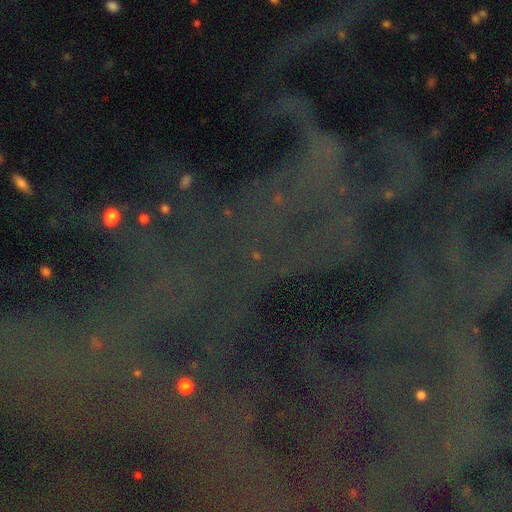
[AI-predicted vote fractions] Smooth or featured? Predicted: star or artifact (p=0.82).